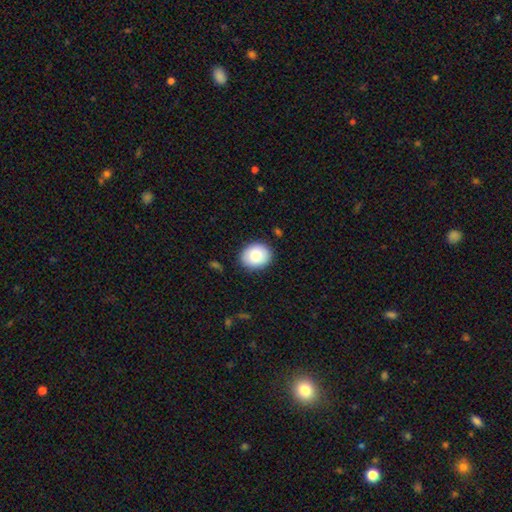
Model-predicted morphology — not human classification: type=smooth (81%); roundness=round (54%); merging=none (87%).